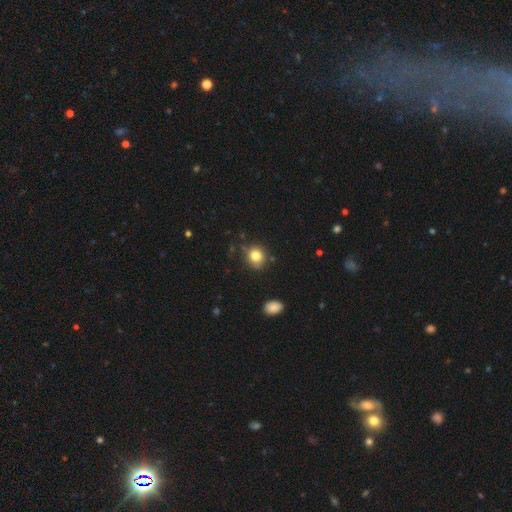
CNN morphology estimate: This is likely a smooth galaxy (80%). How rounded: clearly round (84%). Merging: likely none (77%).